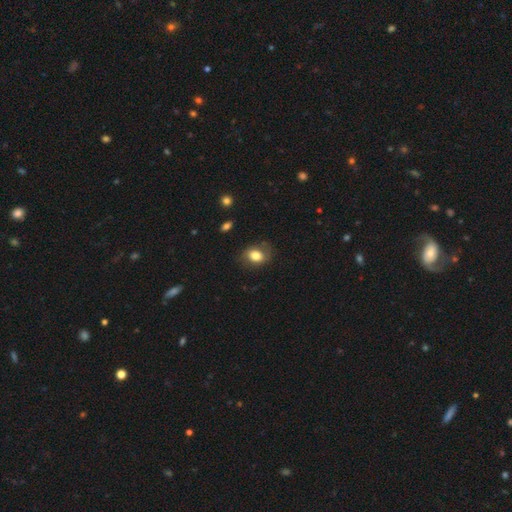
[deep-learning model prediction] This appears to be a smooth galaxy with no disk features (78%) that is in between round and cigar-shaped (63%). Merging: none (70%).